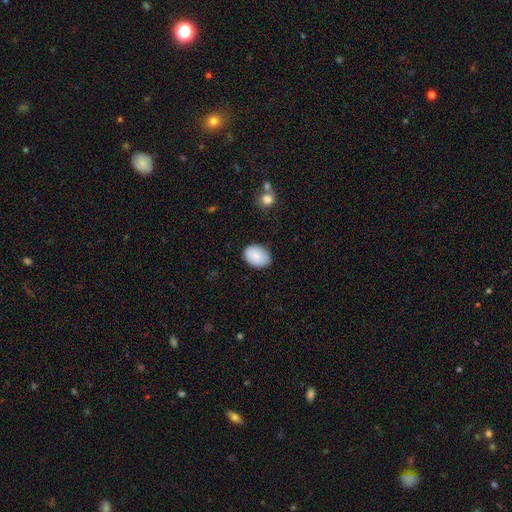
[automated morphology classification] smooth 87%, featured or disk 6%, star or artifact 6%. Down the decision tree: how rounded — in between (82%); merging — none (83%).